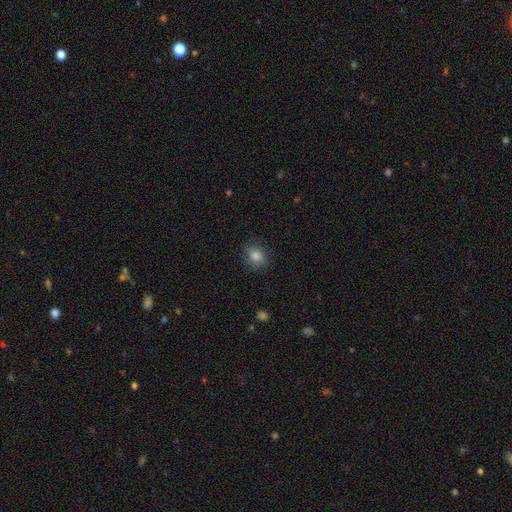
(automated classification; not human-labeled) A smooth galaxy with no disk features (82%) that is round (68%).

Vote fractions:
- Smooth or featured? smooth: 82% / star or artifact: 10% / featured or disk: 7%
- How rounded? round: 68% / in between: 31% / cigar-shaped: 1%
- Merging? none: 81% / minor disturbance: 15% / major disturbance: 4% / merger: 1%